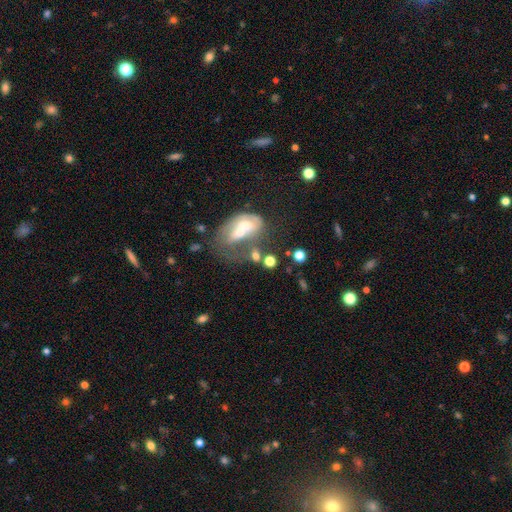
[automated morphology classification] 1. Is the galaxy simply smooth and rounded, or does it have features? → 48% smooth, 39% featured or disk, 13% star or artifact.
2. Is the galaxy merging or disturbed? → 55% merger, 19% major disturbance, 16% none, 10% minor disturbance.